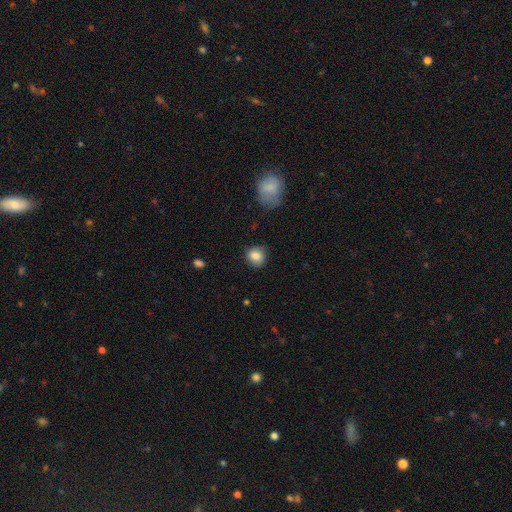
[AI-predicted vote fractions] Smooth or featured? smooth (85%)
How rounded? round (85%)
Merging? none (83%)